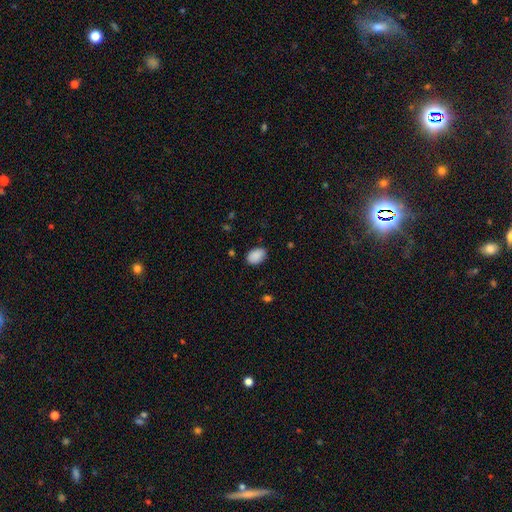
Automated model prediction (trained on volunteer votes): Smooth or featured?
  - smooth: 90% *
  - star or artifact: 7%
  - featured or disk: 3%
How rounded?
  - in between: 85% *
  - round: 14%
  - cigar-shaped: 1%
Merging?
  - none: 84% *
  - minor disturbance: 12%
  - major disturbance: 3%
  - merger: 1%